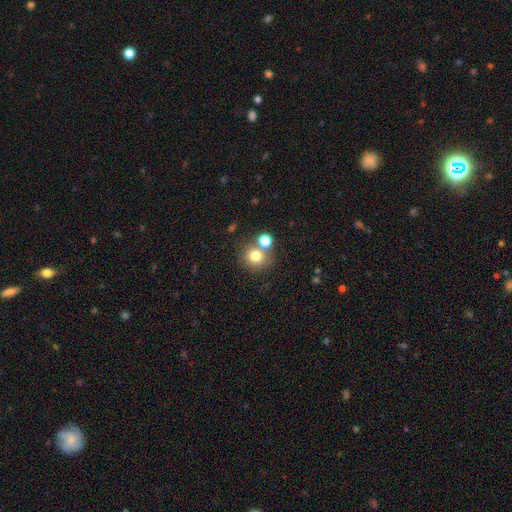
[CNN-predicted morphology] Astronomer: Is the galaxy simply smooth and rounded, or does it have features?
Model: smooth — 77%.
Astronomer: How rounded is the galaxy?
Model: round — 86%.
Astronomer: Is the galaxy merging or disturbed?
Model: none — 63%.